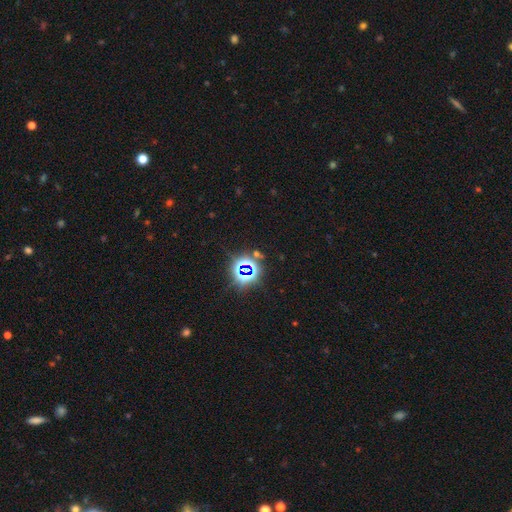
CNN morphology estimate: star or artifact 78%, smooth 15%, featured or disk 8%.